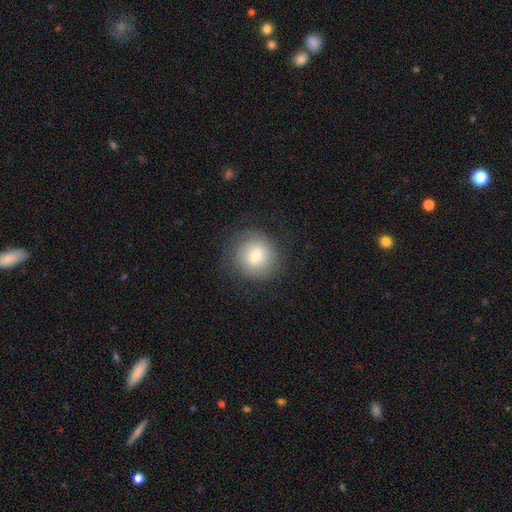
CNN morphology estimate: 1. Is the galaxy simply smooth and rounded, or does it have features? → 62% smooth, 27% featured or disk, 11% star or artifact.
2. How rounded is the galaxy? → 92% round, 7% in between, 1% cigar-shaped.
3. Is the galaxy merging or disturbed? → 79% none, 12% minor disturbance, 7% major disturbance, 1% merger.